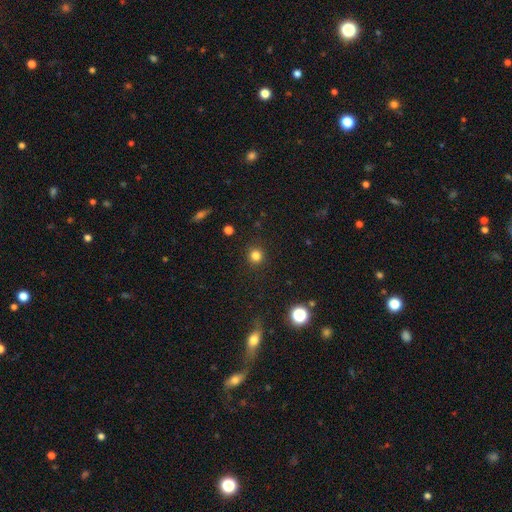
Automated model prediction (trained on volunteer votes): Smooth or featured? smooth (81%)
How rounded? round (93%)
Merging? none (91%)